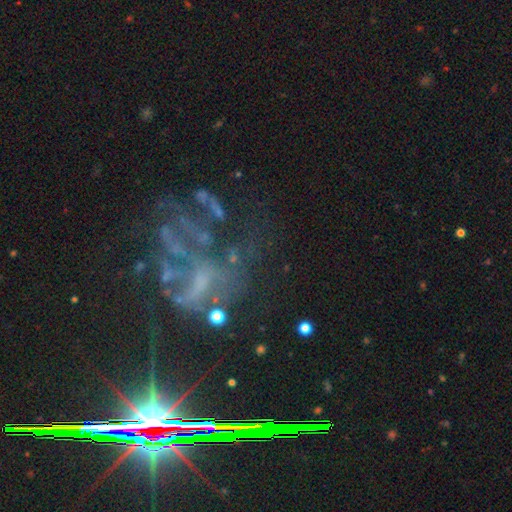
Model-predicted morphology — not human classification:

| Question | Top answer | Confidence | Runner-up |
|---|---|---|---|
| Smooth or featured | featured or disk | 48% | star or artifact (40%) |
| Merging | major disturbance | 41% | none (36%) |